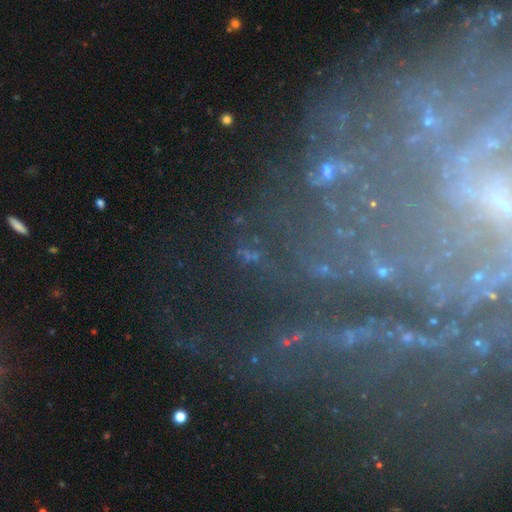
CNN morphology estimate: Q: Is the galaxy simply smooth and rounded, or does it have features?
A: featured or disk — 60%.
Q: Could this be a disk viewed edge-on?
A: no — 90%.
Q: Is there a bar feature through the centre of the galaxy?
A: no — 51%.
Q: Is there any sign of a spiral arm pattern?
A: yes — 76%.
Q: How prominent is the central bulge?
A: small — 61%.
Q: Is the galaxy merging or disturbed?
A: none — 64%.